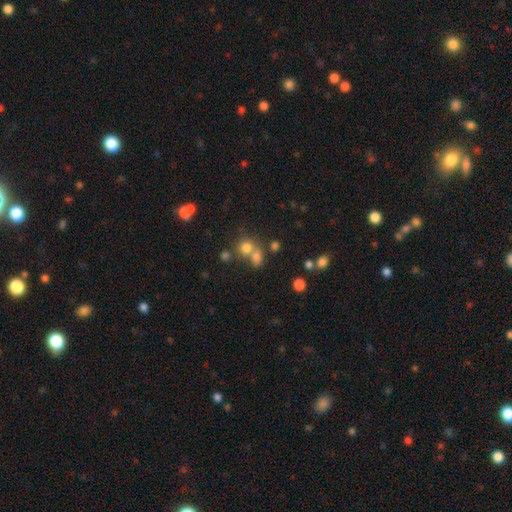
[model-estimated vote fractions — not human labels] Morphology: type=smooth (66%); roundness=round (76%); merging=none (45%).